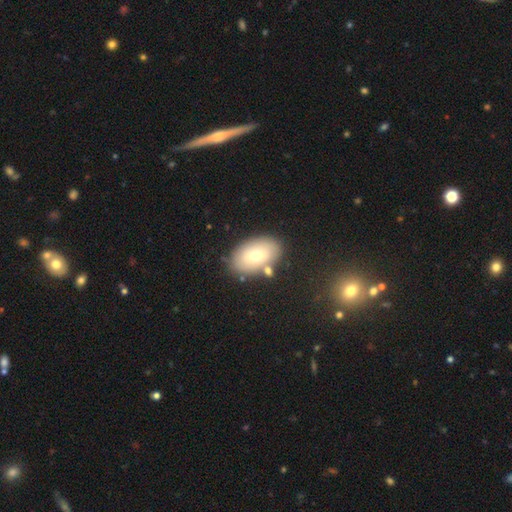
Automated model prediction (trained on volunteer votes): The model was most divided on "smooth or featured": smooth: 70%, featured or disk: 23%, star or artifact: 8%. More confident: how rounded — in between (92%); merging — none (76%).